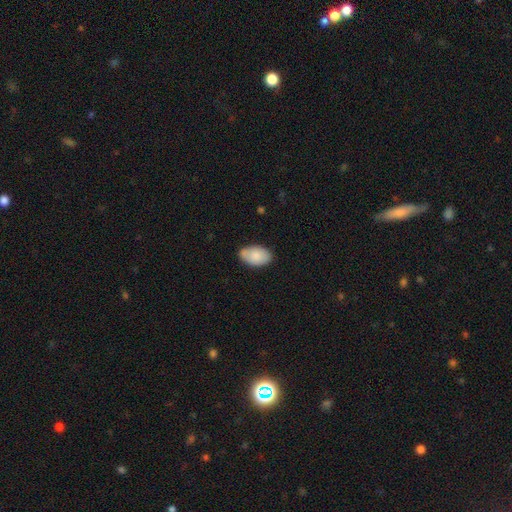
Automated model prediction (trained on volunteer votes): smooth_or_featured: smooth (p=0.84) [alt: featured or disk p=0.09]
how_rounded: in between (p=0.93) [alt: round p=0.06]
merging: none (p=0.72) [alt: minor disturbance p=0.22]